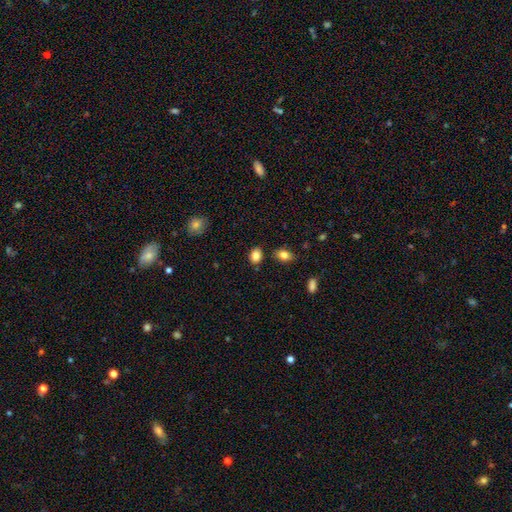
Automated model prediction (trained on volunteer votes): A smooth galaxy with no disk features (85%) that is in between round and cigar-shaped (61%). Merging: none (81%).